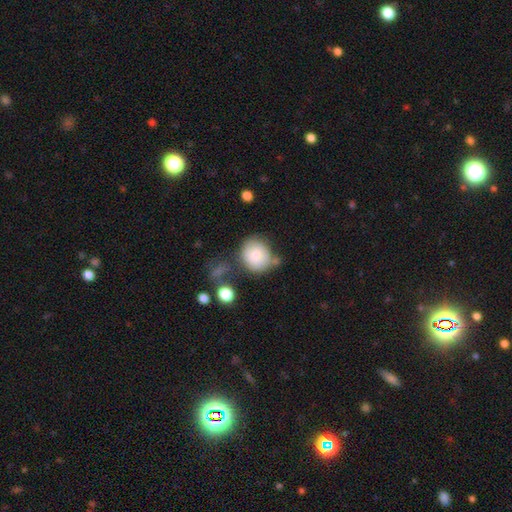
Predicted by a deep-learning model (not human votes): This appears to be a smooth galaxy with no disk features (79%) that is round (78%). Merging: none (55%).